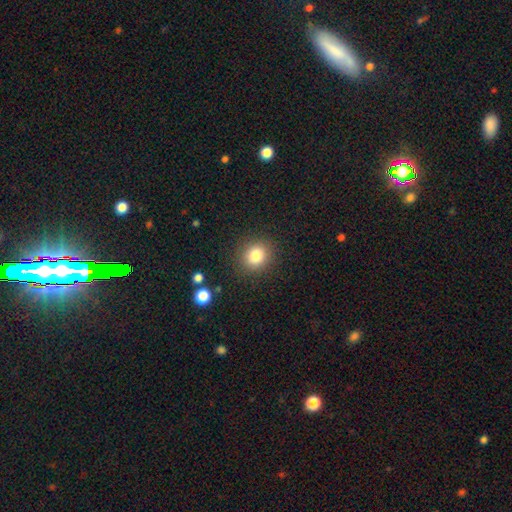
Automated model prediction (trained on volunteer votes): Smooth or featured: smooth — 81% (star or artifact — 12%)
How rounded: round — 79% (in between — 20%)
Merging: none — 88% (minor disturbance — 8%)